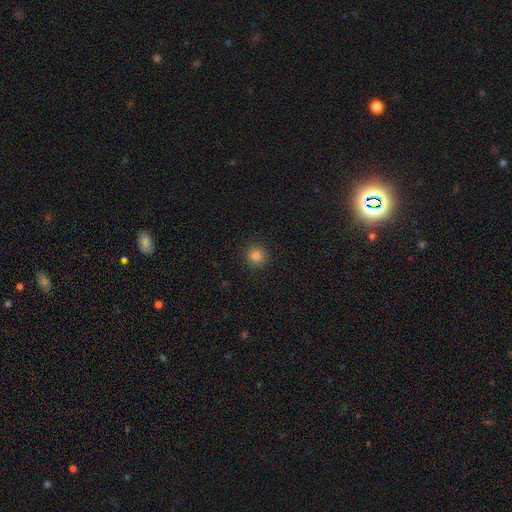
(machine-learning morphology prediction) Smooth or featured: smooth — 83% (star or artifact — 13%)
How rounded: round — 93% (in between — 6%)
Merging: none — 92% (minor disturbance — 5%)